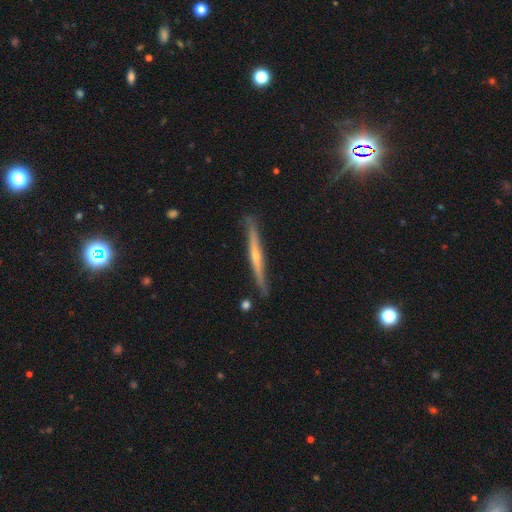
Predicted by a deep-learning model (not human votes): smooth-or-featured: featured or disk: 72% | smooth: 22% | star or artifact: 6%
  disk-edge-on: yes: 97% | no: 3%
    edge-on-bulge: rounded: 69% | none: 27% | boxy: 5%
  merging: none: 85% | minor disturbance: 12% | major disturbance: 2% | merger: 2%